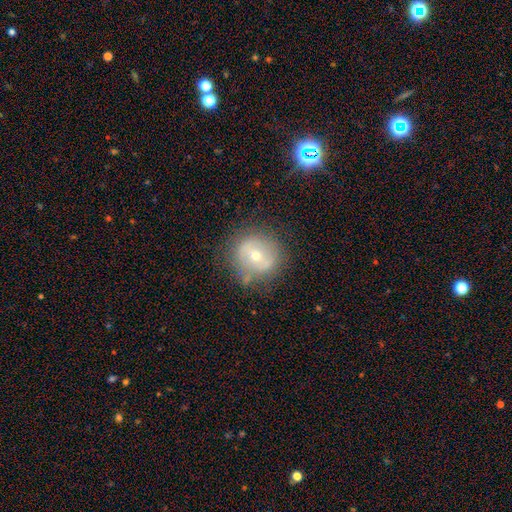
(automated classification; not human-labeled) Overall: featured or disk (47%; smooth 41%). Merging: none (74%).